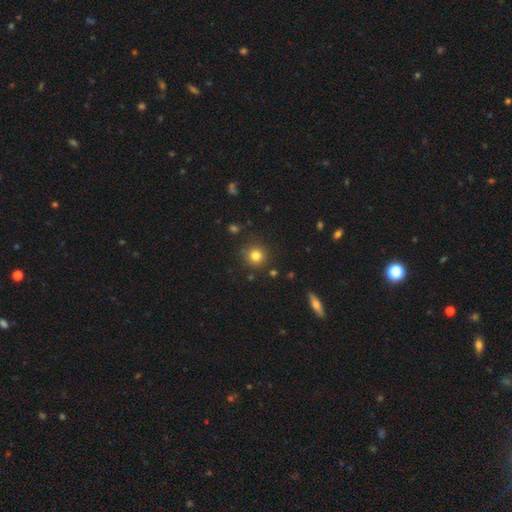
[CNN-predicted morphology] A smooth galaxy with no disk features (79%) that is round (94%).

Vote fractions:
- Smooth or featured? smooth: 79% / star or artifact: 14% / featured or disk: 7%
- How rounded? round: 94% / in between: 5% / cigar-shaped: 1%
- Merging? none: 87% / minor disturbance: 8% / merger: 3% / major disturbance: 3%